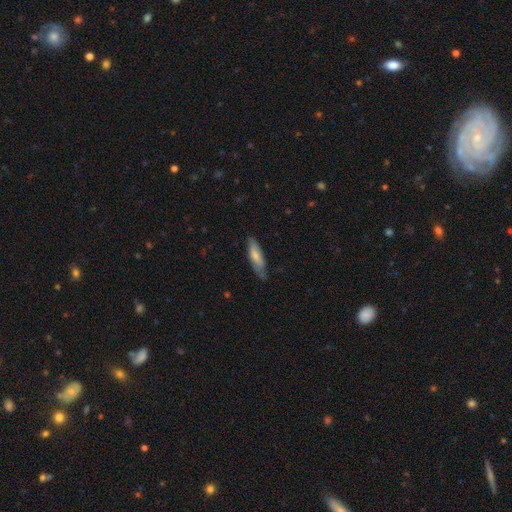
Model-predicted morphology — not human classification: smooth_or_featured: smooth (p=0.69) [alt: featured or disk p=0.25]
how_rounded: cigar-shaped (p=0.54) [alt: in between p=0.44]
merging: none (p=0.67) [alt: minor disturbance p=0.26]